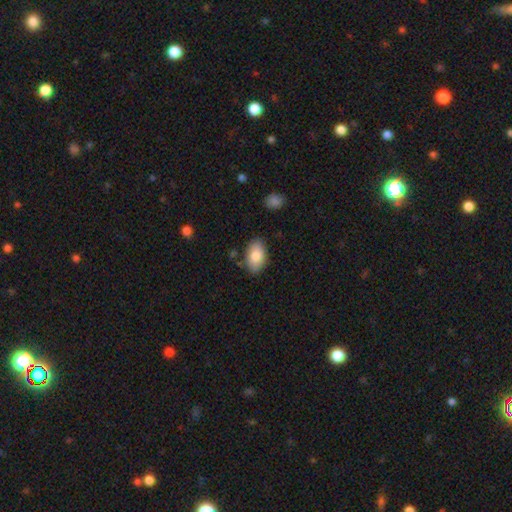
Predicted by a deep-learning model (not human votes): A smooth galaxy with no disk features (83%) that is in between round and cigar-shaped (92%). Merging: none (82%).